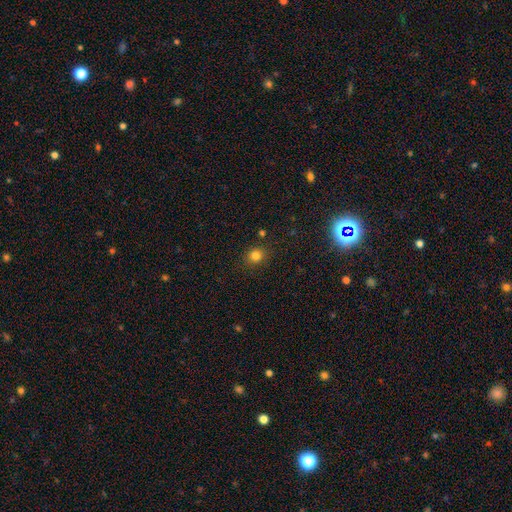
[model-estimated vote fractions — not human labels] Smooth or featured?
  - smooth: 80% *
  - star or artifact: 14%
  - featured or disk: 6%
How rounded?
  - round: 77% *
  - in between: 22%
  - cigar-shaped: 1%
Merging?
  - none: 86% *
  - minor disturbance: 9%
  - major disturbance: 3%
  - merger: 2%